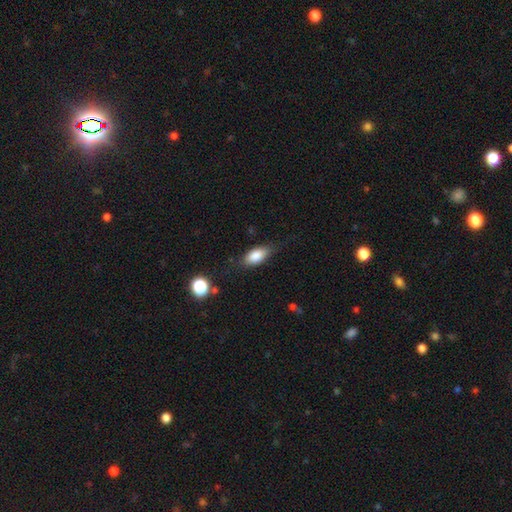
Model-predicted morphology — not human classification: This appears to be a smooth galaxy with no disk features (82%) that is in between round and cigar-shaped (85%). Merging: none (73%).